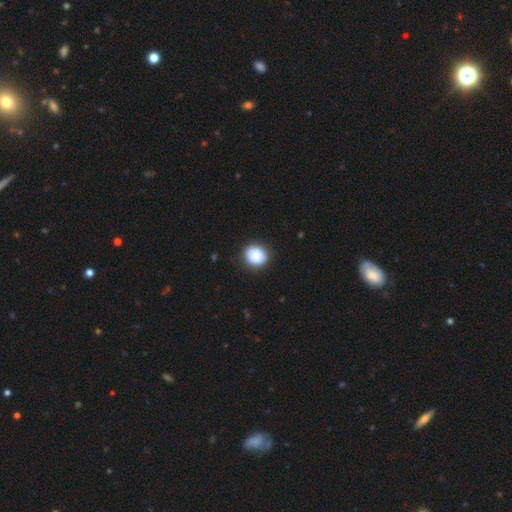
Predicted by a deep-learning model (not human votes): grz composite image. It shows a smooth galaxy with no disk features (87%) that is round (75%). Merging: none (87%).